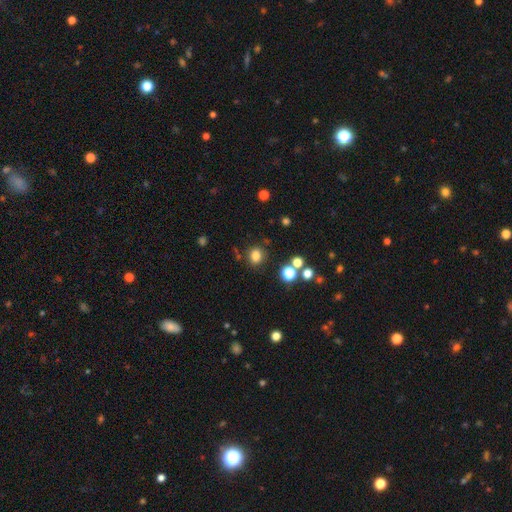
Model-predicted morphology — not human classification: smooth-or-featured: smooth: 80% | star or artifact: 14% | featured or disk: 5%
  how-rounded: round: 72% | in between: 27% | cigar-shaped: 1%
  merging: none: 81% | minor disturbance: 10% | merger: 6% | major disturbance: 4%